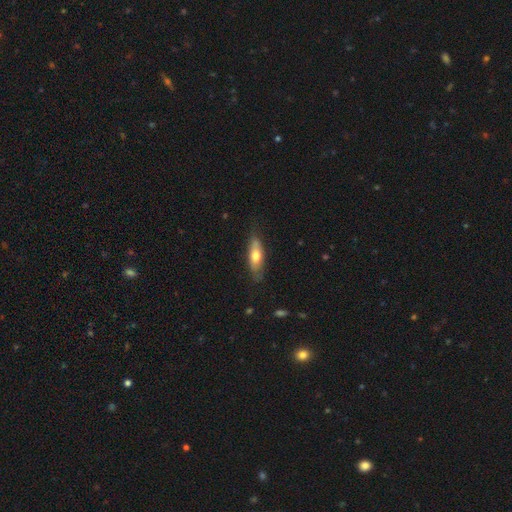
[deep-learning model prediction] smooth_or_featured: smooth (p=0.64) [alt: featured or disk p=0.31]
how_rounded: in between (p=0.59) [alt: cigar-shaped p=0.39]
merging: none (p=0.73) [alt: minor disturbance p=0.21]